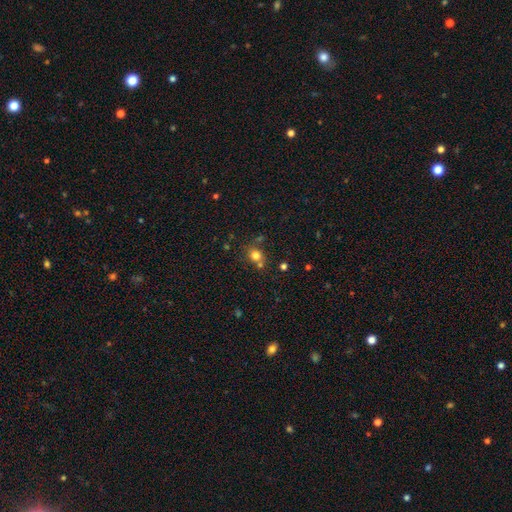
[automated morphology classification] smooth-or-featured: smooth: 77% | star or artifact: 16% | featured or disk: 8%
  how-rounded: round: 79% | in between: 20% | cigar-shaped: 1%
  merging: none: 61% | merger: 22% | minor disturbance: 12% | major disturbance: 5%